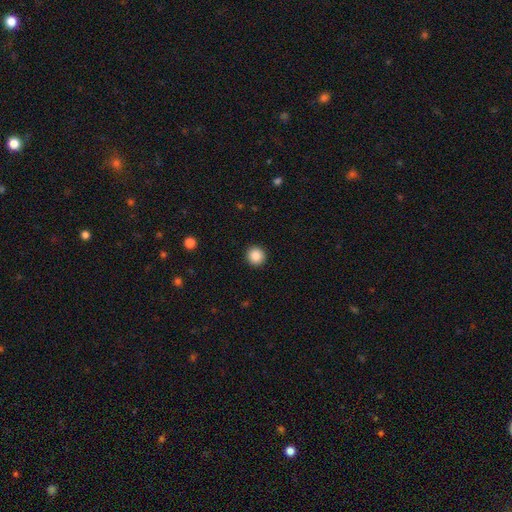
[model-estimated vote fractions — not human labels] Smooth or featured: smooth — 87% (star or artifact — 9%)
How rounded: round — 94% (in between — 5%)
Merging: none — 93% (minor disturbance — 4%)